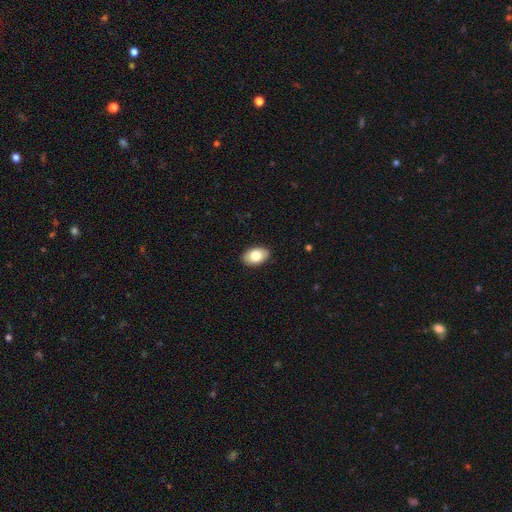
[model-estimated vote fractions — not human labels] smooth 81%, featured or disk 12%, star or artifact 7%. Down the decision tree: how rounded — in between (91%); merging — none (89%).